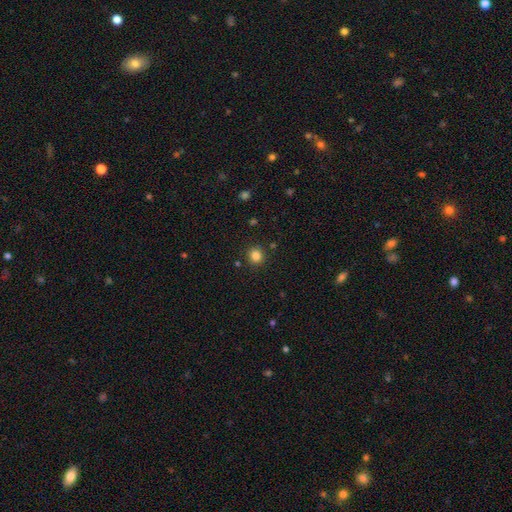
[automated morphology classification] Smooth or featured?
  - smooth: 83% *
  - star or artifact: 12%
  - featured or disk: 4%
How rounded?
  - round: 88% *
  - in between: 11%
  - cigar-shaped: 1%
Merging?
  - none: 88% *
  - minor disturbance: 7%
  - major disturbance: 2%
  - merger: 2%